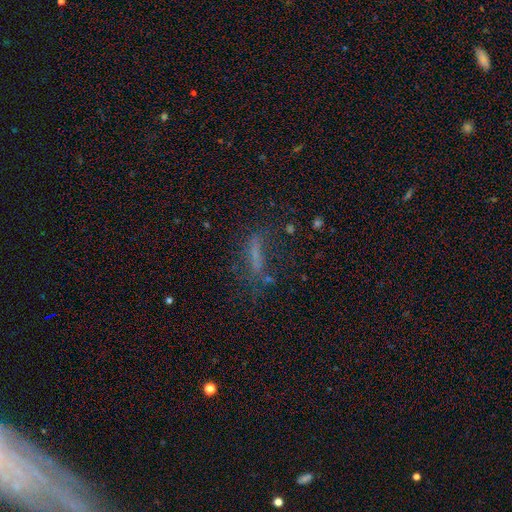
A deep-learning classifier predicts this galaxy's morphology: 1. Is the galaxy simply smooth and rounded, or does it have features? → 47% smooth, 30% featured or disk, 23% star or artifact.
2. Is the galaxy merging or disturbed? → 47% none, 26% major disturbance, 21% minor disturbance, 6% merger.